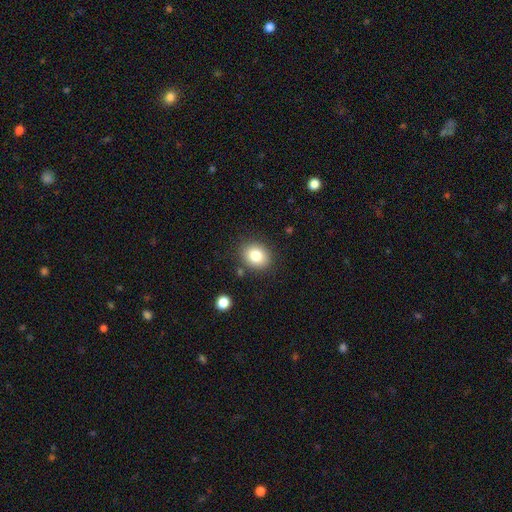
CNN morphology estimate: Q: Smooth or featured?
A: smooth (82%); runner-up: star or artifact (10%)
Q: How rounded?
A: round (56%); runner-up: in between (43%)
Q: Merging?
A: none (85%); runner-up: minor disturbance (10%)